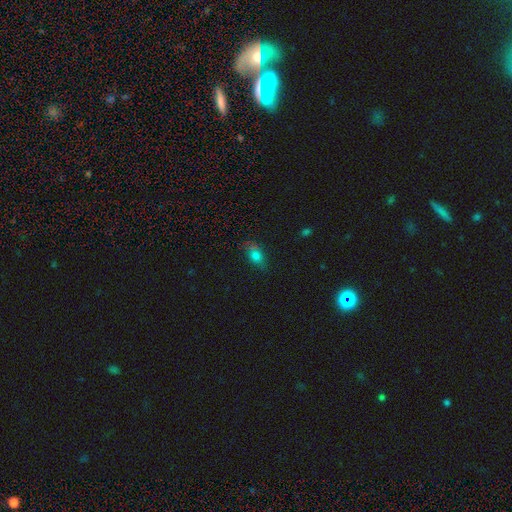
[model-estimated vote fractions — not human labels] Smooth or featured?
  - smooth: 69% *
  - star or artifact: 19%
  - featured or disk: 12%
How rounded?
  - in between: 72% *
  - round: 22%
  - cigar-shaped: 5%
Merging?
  - none: 71% *
  - minor disturbance: 19%
  - major disturbance: 5%
  - merger: 4%